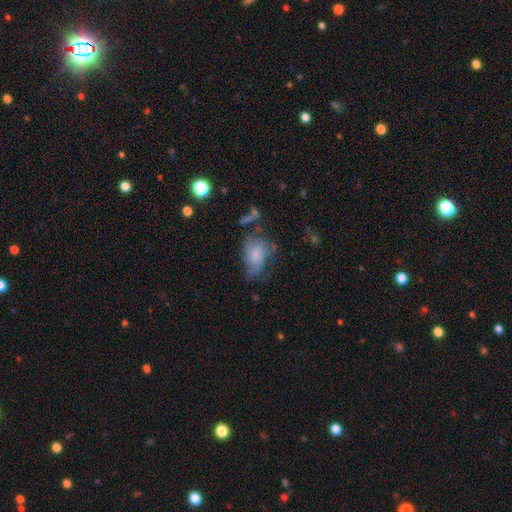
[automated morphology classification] smooth-or-featured: smooth: 51% | featured or disk: 38% | star or artifact: 11%
  how-rounded: in between: 76% | round: 22% | cigar-shaped: 2%
  merging: none: 40% | minor disturbance: 29% | major disturbance: 24% | merger: 6%